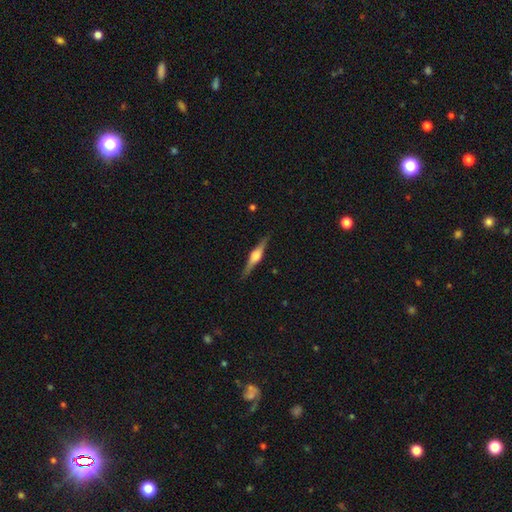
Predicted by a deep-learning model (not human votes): Morphology: type=featured or disk (77%); edge-on=yes (98%); edge-on bulge=rounded (89%); merging=none (90%).